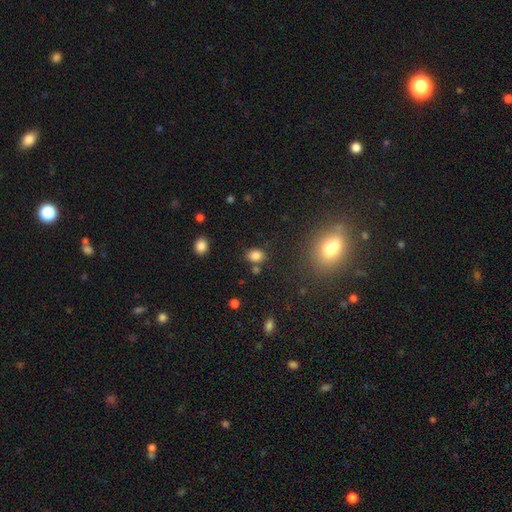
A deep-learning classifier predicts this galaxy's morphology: A smooth galaxy with no disk features (82%) that is in between round and cigar-shaped (64%). Merging: none (76%).